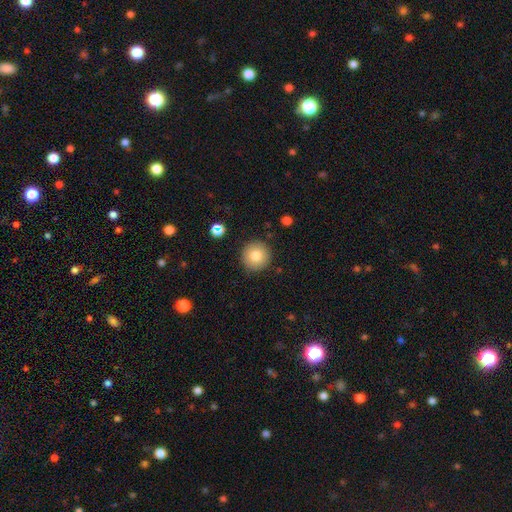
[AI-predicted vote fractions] This is clearly a smooth galaxy (82%). How rounded: clearly round (95%). Merging: clearly none (90%).